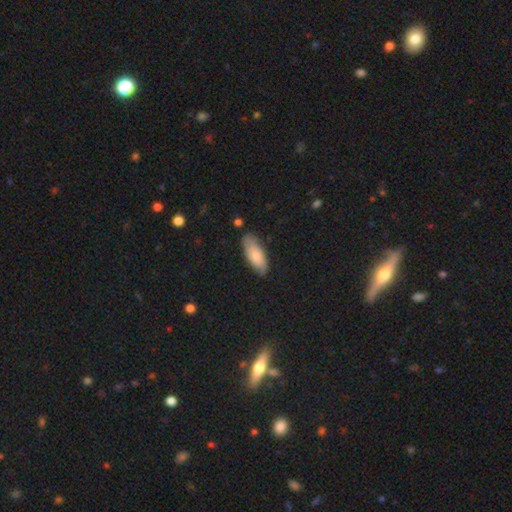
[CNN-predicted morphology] Q: Smooth or featured?
A: smooth (73%); runner-up: featured or disk (21%)
Q: How rounded?
A: in between (80%); runner-up: cigar-shaped (18%)
Q: Merging?
A: none (77%); runner-up: minor disturbance (18%)